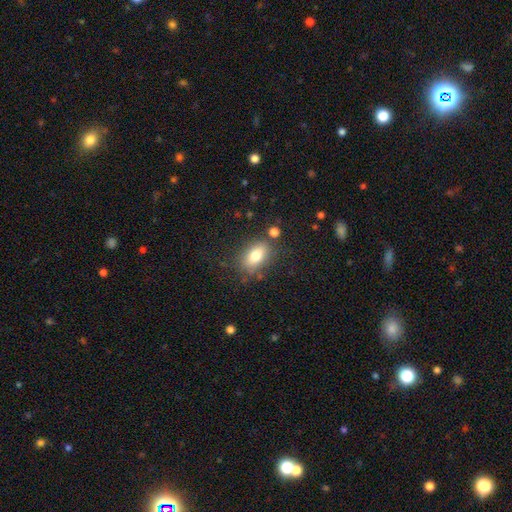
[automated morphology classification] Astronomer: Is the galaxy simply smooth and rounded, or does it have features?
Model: smooth — 77%.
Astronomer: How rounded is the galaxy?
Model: in between — 85%.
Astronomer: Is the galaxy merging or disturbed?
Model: none — 76%.